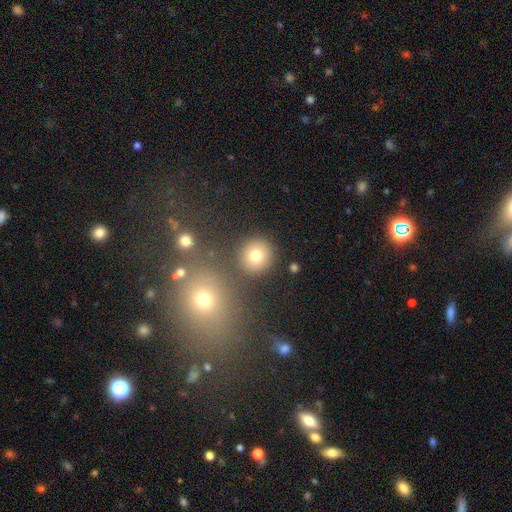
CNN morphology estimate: A smooth galaxy with no disk features (77%) that is round (93%). Merging: none (85%).